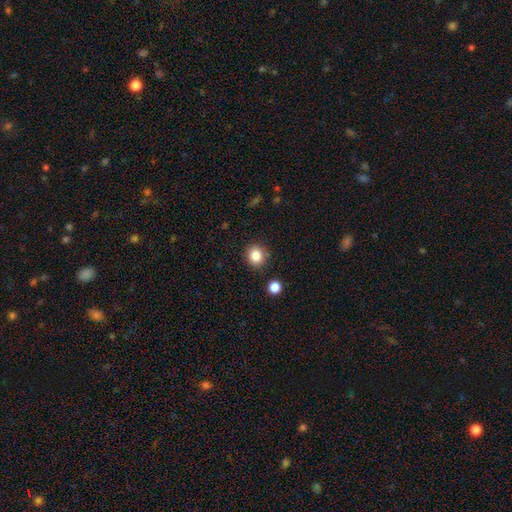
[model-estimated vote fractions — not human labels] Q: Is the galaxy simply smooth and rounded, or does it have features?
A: smooth — 84%.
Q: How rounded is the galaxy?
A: round — 83%.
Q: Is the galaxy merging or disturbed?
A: none — 87%.